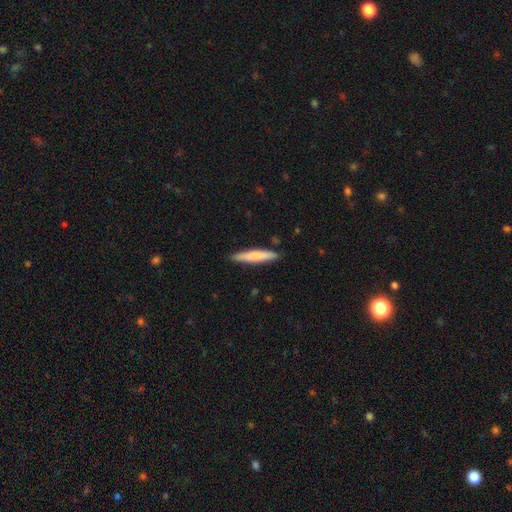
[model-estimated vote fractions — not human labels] Q: Smooth or featured?
A: smooth (73%); runner-up: featured or disk (21%)
Q: How rounded?
A: cigar-shaped (91%); runner-up: in between (7%)
Q: Merging?
A: none (87%); runner-up: minor disturbance (10%)